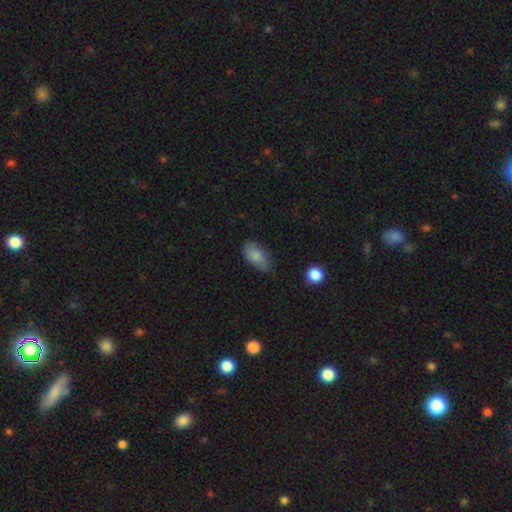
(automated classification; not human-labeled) A smooth galaxy with no disk features (80%) that is in between round and cigar-shaped (91%). Merging: none (68%).